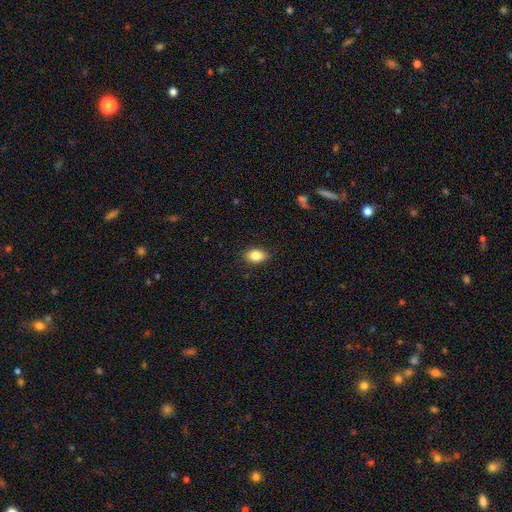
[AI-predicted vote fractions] Smooth or featured? Predicted: smooth (p=0.84). How rounded? Predicted: in between (p=0.87). Merging? Predicted: none (p=0.87).